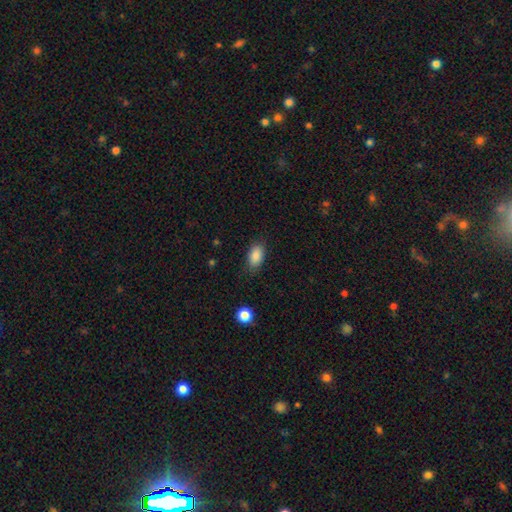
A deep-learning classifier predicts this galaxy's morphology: This appears to be a smooth galaxy with no disk features (88%) that is in between round and cigar-shaped (91%). Merging: none (82%).